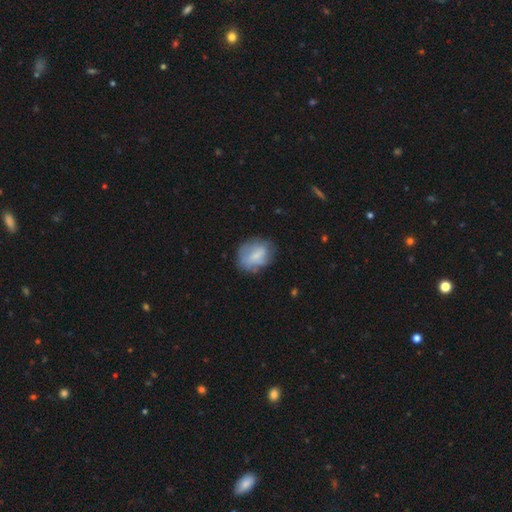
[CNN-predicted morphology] Smooth or featured: smooth — 60% (featured or disk — 31%)
How rounded: in between — 63% (round — 35%)
Merging: none — 62% (minor disturbance — 25%)